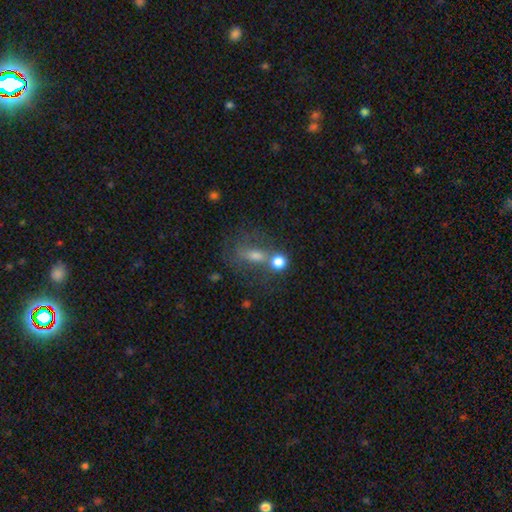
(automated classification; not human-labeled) smooth_or_featured: smooth (p=0.52) [alt: featured or disk p=0.30]
how_rounded: in between (p=0.59) [alt: round p=0.27]
merging: none (p=0.41) [alt: merger p=0.31]